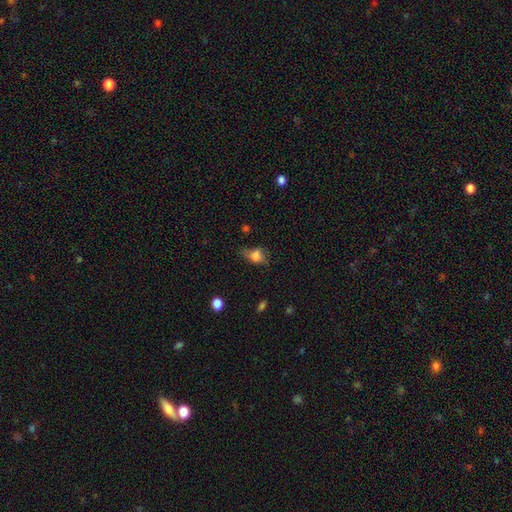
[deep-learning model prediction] A smooth galaxy with no disk features (68%) that is in between round and cigar-shaped (68%).

Vote fractions:
- Smooth or featured? smooth: 68% / featured or disk: 21% / star or artifact: 11%
- How rounded? in between: 68% / round: 26% / cigar-shaped: 5%
- Merging? none: 47% / minor disturbance: 33% / major disturbance: 17% / merger: 3%